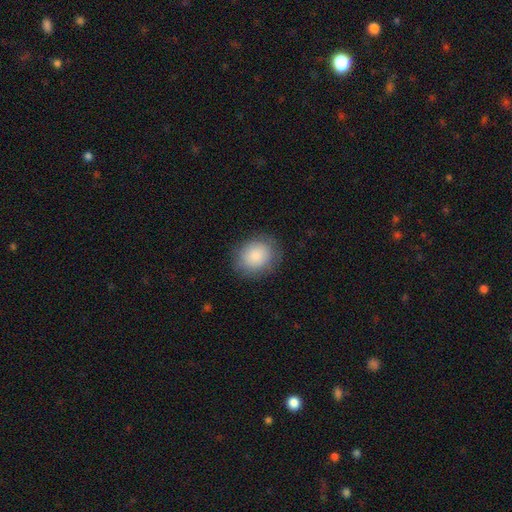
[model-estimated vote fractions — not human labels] A smooth galaxy with no disk features (87%) that is round (61%).

Vote fractions:
- Smooth or featured? smooth: 87% / star or artifact: 7% / featured or disk: 6%
- How rounded? round: 61% / in between: 38% / cigar-shaped: 1%
- Merging? none: 83% / minor disturbance: 12% / major disturbance: 4% / merger: 1%